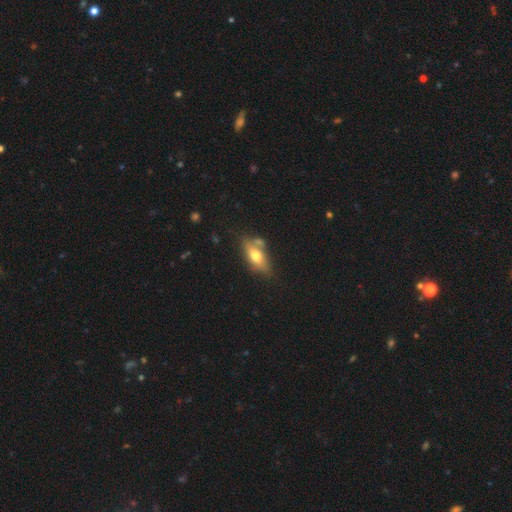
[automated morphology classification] Smooth or featured? smooth (60%)
How rounded? in between (78%)
Merging? none (56%)